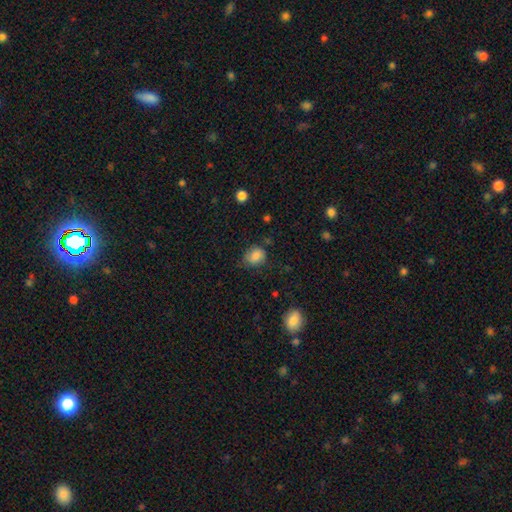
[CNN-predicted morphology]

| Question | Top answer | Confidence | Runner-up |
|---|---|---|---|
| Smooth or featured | smooth | 82% | star or artifact (10%) |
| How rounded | round | 57% | in between (42%) |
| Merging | none | 65% | minor disturbance (26%) |